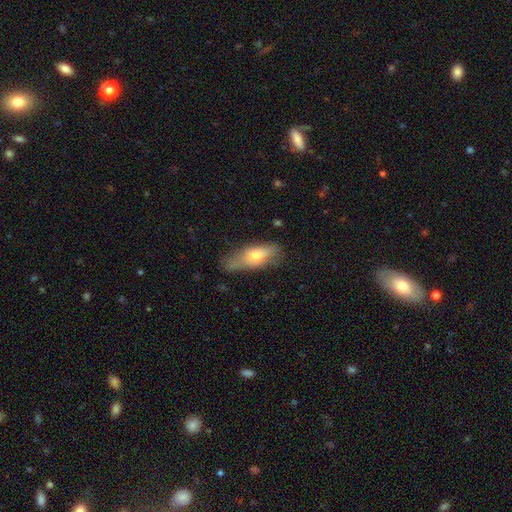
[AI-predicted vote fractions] This is likely a smooth galaxy (60%). How rounded: possibly in between (60%). Merging: likely none (62%).